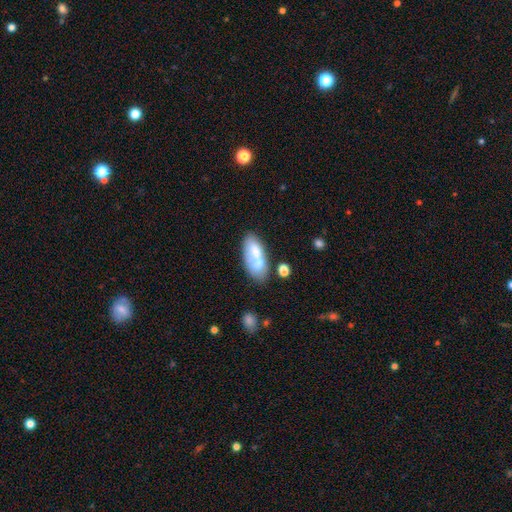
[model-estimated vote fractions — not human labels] This is likely a smooth galaxy (65%). How rounded: clearly in between (84%). Merging: marginally none (45%).